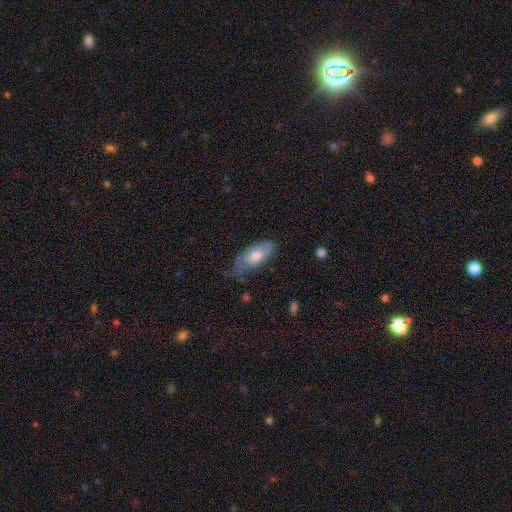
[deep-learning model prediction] Smooth or featured?
  - smooth: 63% *
  - featured or disk: 31%
  - star or artifact: 6%
How rounded?
  - in between: 85% *
  - cigar-shaped: 13%
  - round: 3%
Merging?
  - none: 50% *
  - minor disturbance: 37%
  - major disturbance: 11%
  - merger: 2%